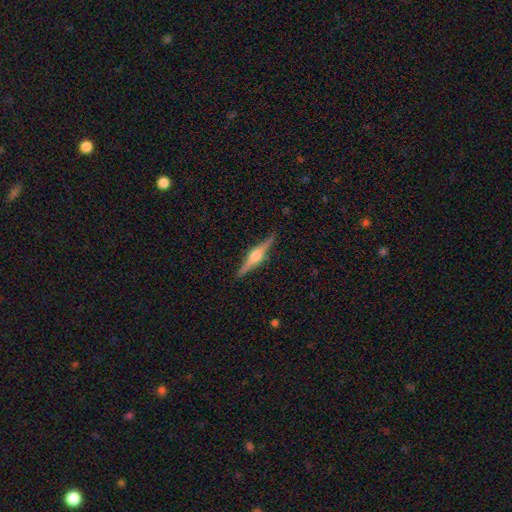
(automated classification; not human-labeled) The model was most divided on "smooth or featured": featured or disk: 80%, smooth: 14%, star or artifact: 6%. More confident: edge-on disk — yes (98%); edge-on bulge — rounded (91%); merging — none (91%).